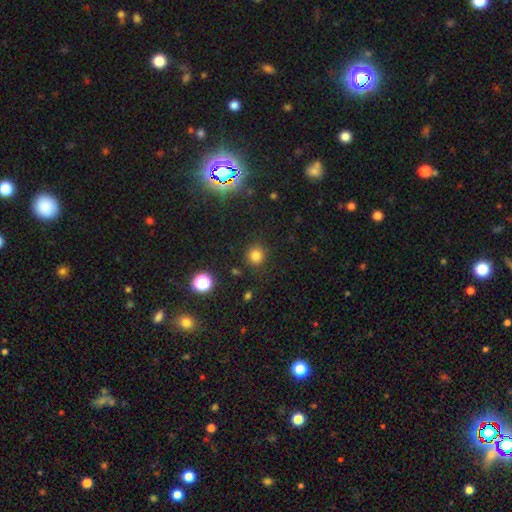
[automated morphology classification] This is likely a smooth galaxy (79%). How rounded: clearly round (93%). Merging: clearly none (88%).